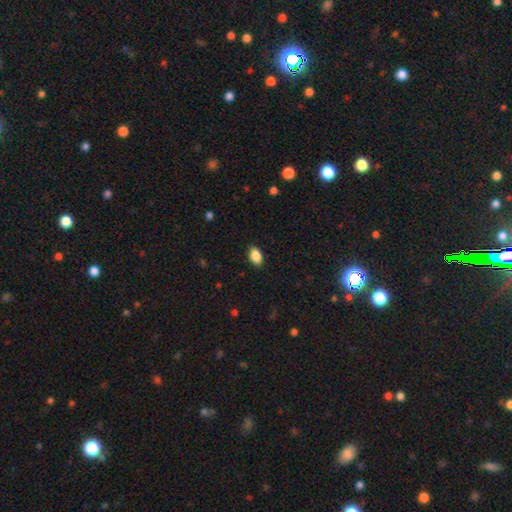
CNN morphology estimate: smooth 89%, star or artifact 8%, featured or disk 4%. Down the decision tree: how rounded — in between (91%); merging — none (88%).